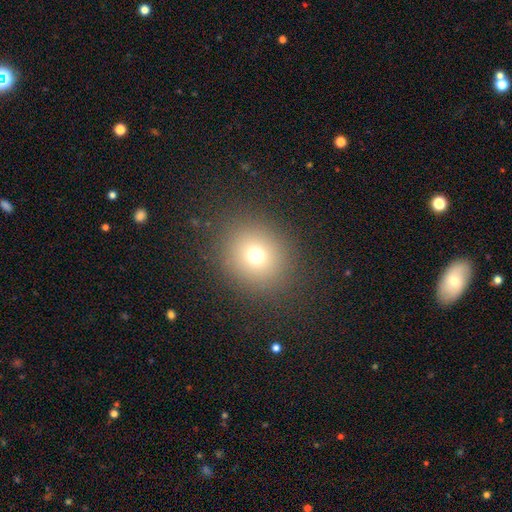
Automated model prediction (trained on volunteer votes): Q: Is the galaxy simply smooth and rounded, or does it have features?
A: smooth — 70%.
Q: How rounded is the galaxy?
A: round — 84%.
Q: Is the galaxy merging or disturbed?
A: none — 87%.